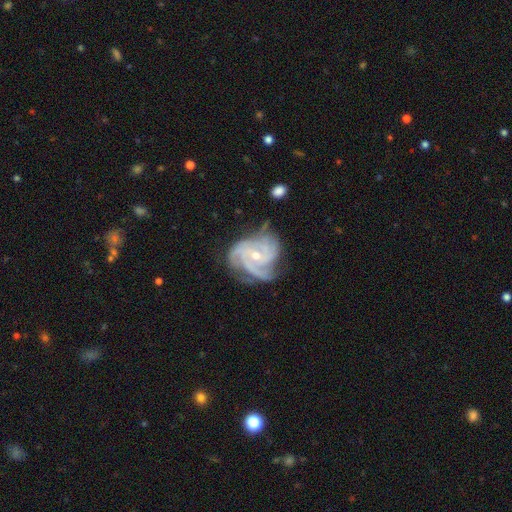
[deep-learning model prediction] Overall: featured or disk (91%). Edge-on disk: no (98%). Bar: no (66%). Spiral arms: yes (98%). Spiral arm count: 3 (52%; 4 25%). Spiral winding: tight (56%; medium 38%). Bulge size: small (58%; moderate 40%). Merging: none (63%; minor disturbance 24%).